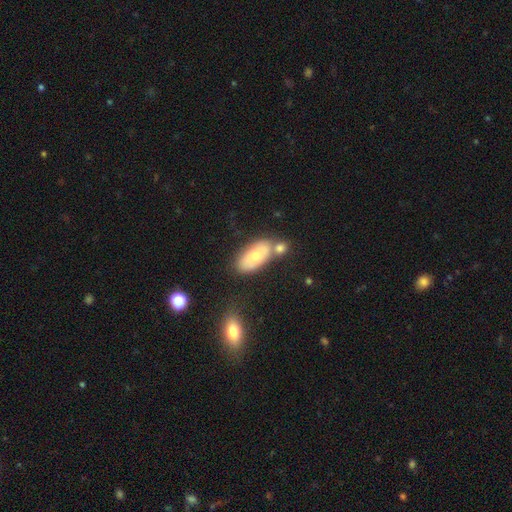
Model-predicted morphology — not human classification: Q: Smooth or featured?
A: smooth (66%); runner-up: featured or disk (26%)
Q: How rounded?
A: in between (89%); runner-up: cigar-shaped (8%)
Q: Merging?
A: none (57%); runner-up: merger (24%)